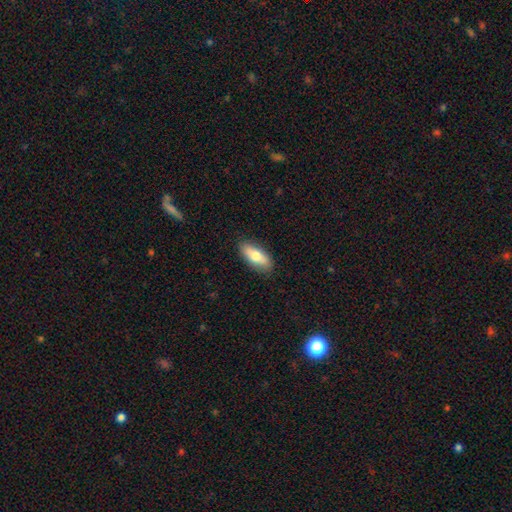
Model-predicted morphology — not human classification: type=smooth (73%); roundness=in between (77%); merging=none (86%).